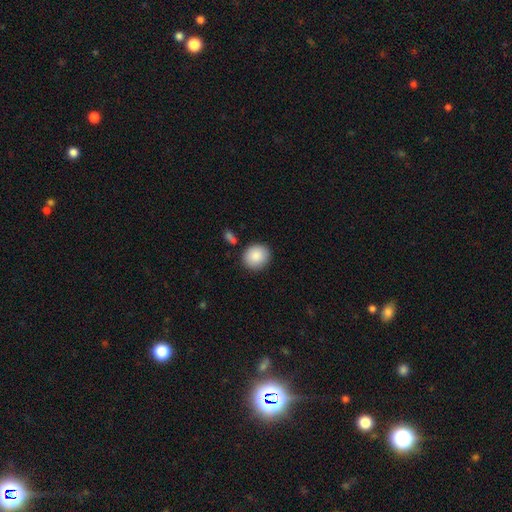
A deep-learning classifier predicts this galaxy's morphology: Overall: smooth (88%). How rounded: round (79%). Merging: none (85%).